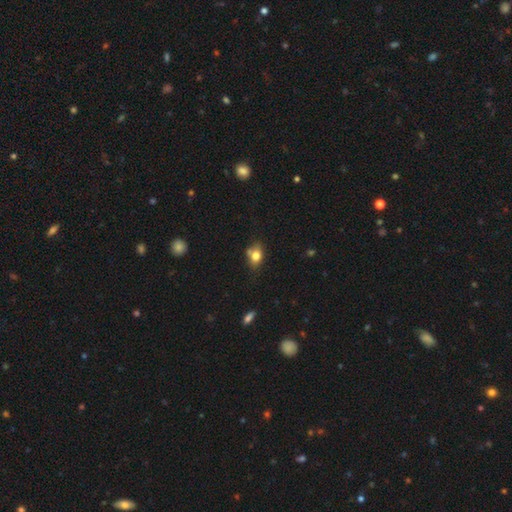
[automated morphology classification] A smooth galaxy with no disk features (76%) that is in between round and cigar-shaped (70%).

Vote fractions:
- Smooth or featured? smooth: 76% / featured or disk: 14% / star or artifact: 10%
- How rounded? in between: 70% / round: 28% / cigar-shaped: 2%
- Merging? none: 59% / minor disturbance: 21% / merger: 15% / major disturbance: 5%